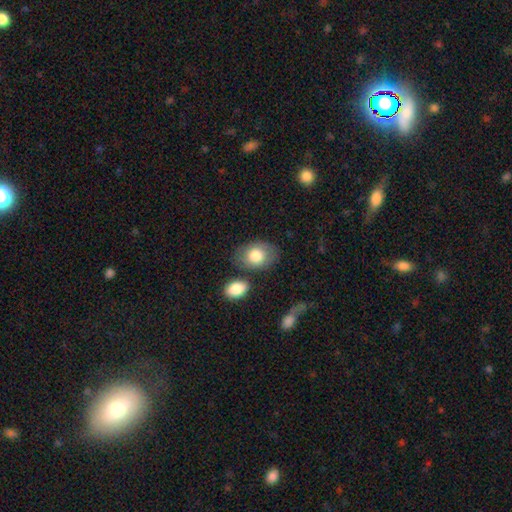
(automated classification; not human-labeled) A smooth galaxy with no disk features (79%) that is in between round and cigar-shaped (76%). Merging: none (71%).